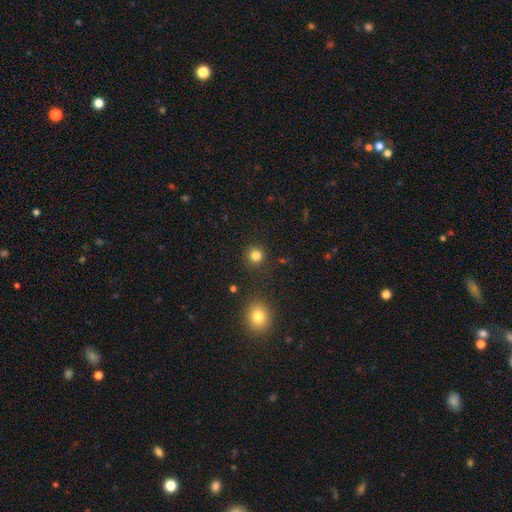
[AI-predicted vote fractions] Overall: smooth (82%). How rounded: round (93%). Merging: none (90%).